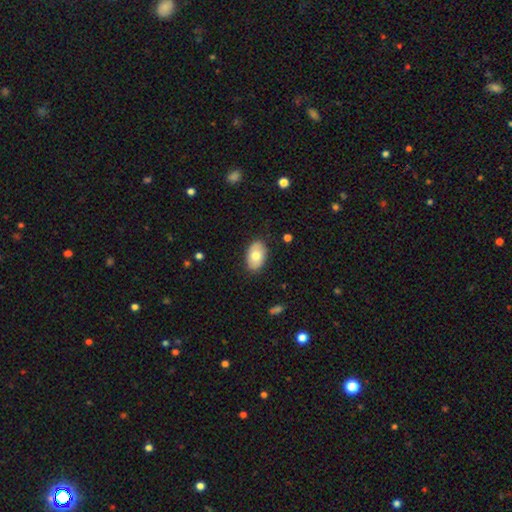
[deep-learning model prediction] Smooth or featured? Predicted: smooth (p=0.71). How rounded? Predicted: in between (p=0.91). Merging? Predicted: none (p=0.84).